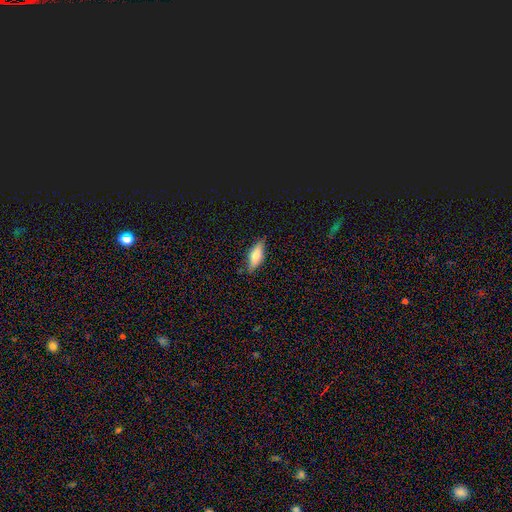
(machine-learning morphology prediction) Q: Smooth or featured?
A: smooth (68%); runner-up: featured or disk (26%)
Q: How rounded?
A: in between (65%); runner-up: cigar-shaped (32%)
Q: Merging?
A: none (82%); runner-up: minor disturbance (14%)